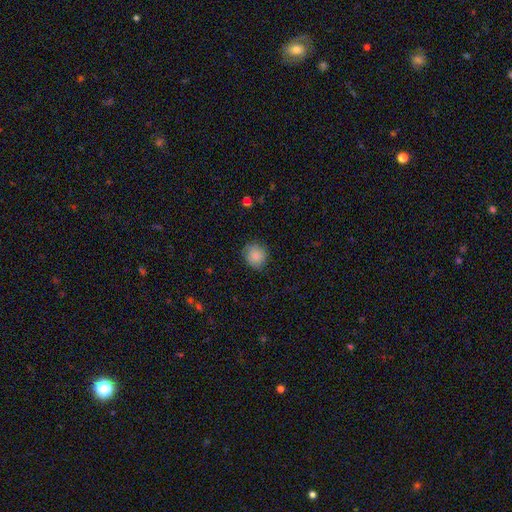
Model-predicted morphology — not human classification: Overall: smooth (84%). How rounded: round (83%). Merging: none (78%).